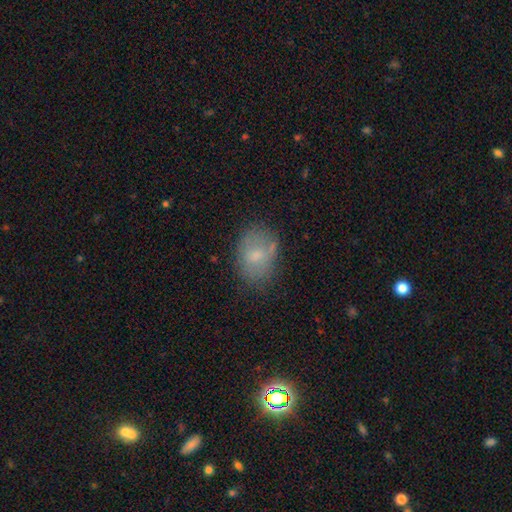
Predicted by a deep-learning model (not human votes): smooth-or-featured: smooth: 67% | featured or disk: 24% | star or artifact: 9%
  how-rounded: in between: 73% | round: 26% | cigar-shaped: 1%
  merging: none: 63% | minor disturbance: 24% | major disturbance: 9% | merger: 3%